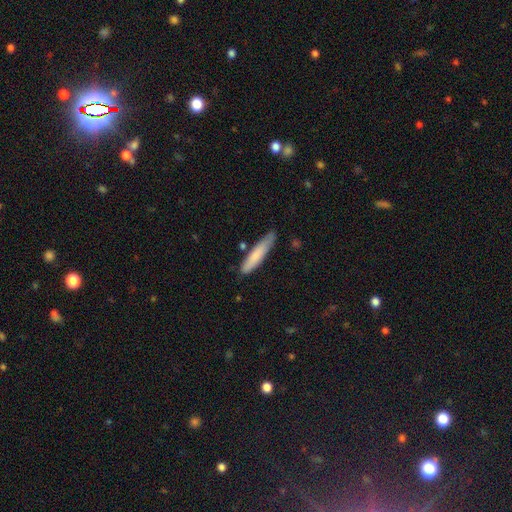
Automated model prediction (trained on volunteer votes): Smooth or featured: smooth — 76% (featured or disk — 18%)
How rounded: cigar-shaped — 88% (in between — 11%)
Merging: none — 76% (minor disturbance — 17%)